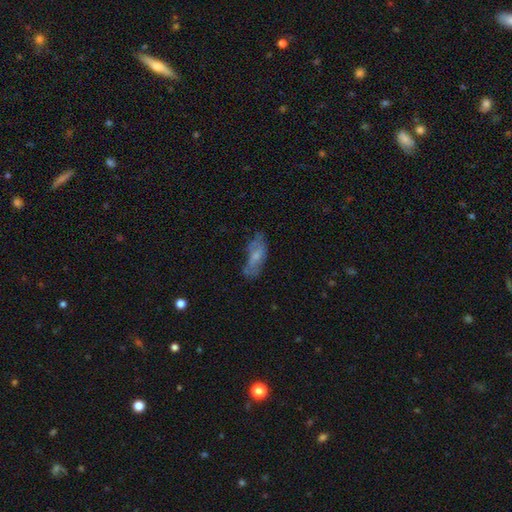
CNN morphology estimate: type=smooth (51%); roundness=in between (69%); merging=none (53%).